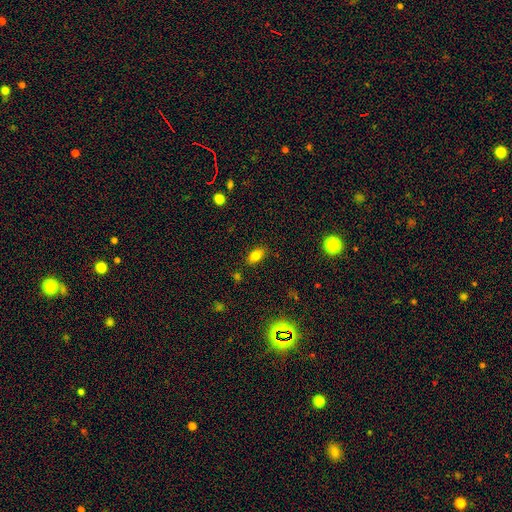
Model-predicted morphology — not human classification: Smooth or featured? Predicted: smooth (p=0.79). How rounded? Predicted: in between (p=0.87). Merging? Predicted: none (p=0.83).